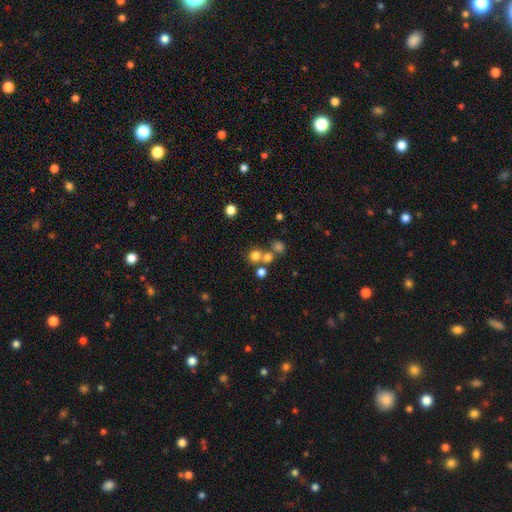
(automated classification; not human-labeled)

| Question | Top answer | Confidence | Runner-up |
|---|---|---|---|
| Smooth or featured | smooth | 72% | star or artifact (18%) |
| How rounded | round | 88% | in between (11%) |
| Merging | none | 59% | merger (29%) |